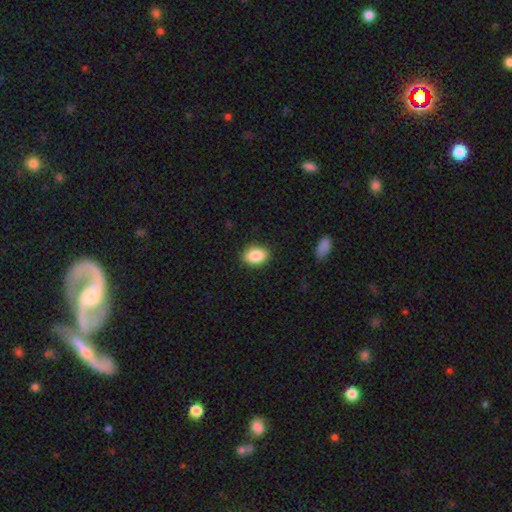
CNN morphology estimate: The model was most divided on "how rounded": in between: 82%, round: 17%, cigar-shaped: 1%. More confident: merging — none (88%); smooth or featured — smooth (87%).